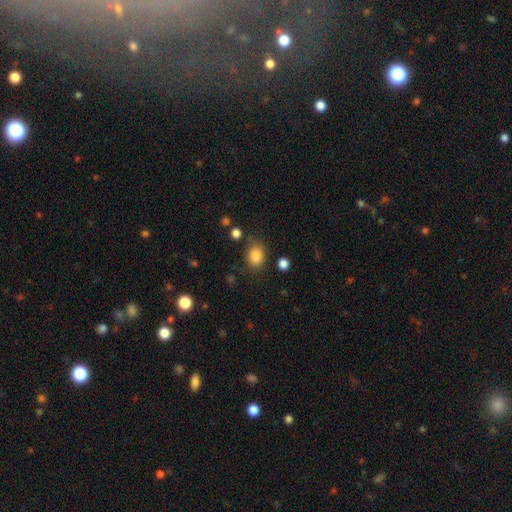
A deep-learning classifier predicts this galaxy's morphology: Smooth or featured? Predicted: smooth (p=0.85). How rounded? Predicted: in between (p=0.56). Merging? Predicted: none (p=0.75).